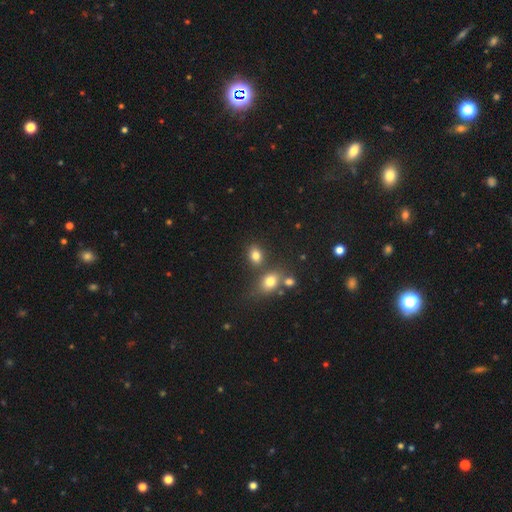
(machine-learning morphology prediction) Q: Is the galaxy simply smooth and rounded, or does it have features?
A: smooth — 79%.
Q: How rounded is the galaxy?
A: in between — 65%.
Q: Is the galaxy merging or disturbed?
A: none — 64%.